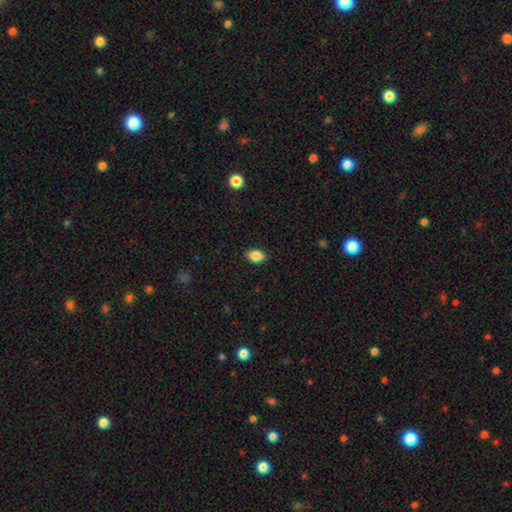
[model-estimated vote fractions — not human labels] This is clearly a smooth galaxy (86%). How rounded: clearly in between (85%). Merging: clearly none (88%).